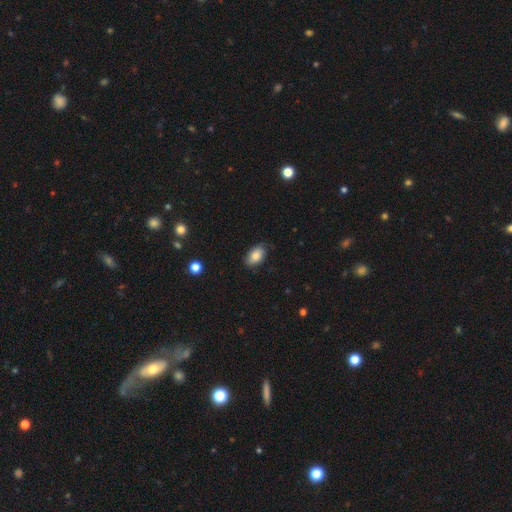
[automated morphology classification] smooth_or_featured: smooth (p=0.81) [alt: featured or disk p=0.11]
how_rounded: in between (p=0.90) [alt: round p=0.08]
merging: none (p=0.77) [alt: minor disturbance p=0.19]